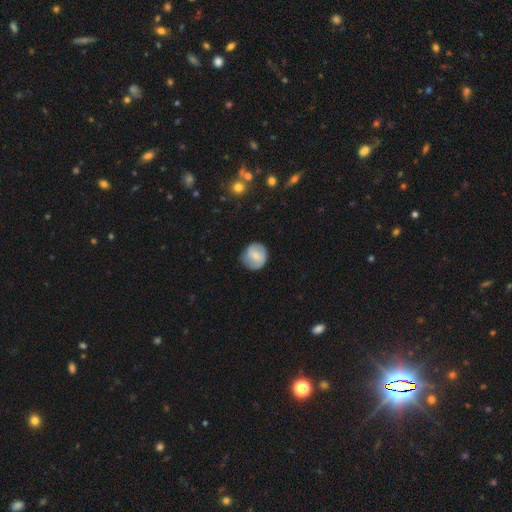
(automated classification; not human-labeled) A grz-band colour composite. It shows a smooth galaxy with no disk features (60%) that is round (89%). Merging: none (73%).